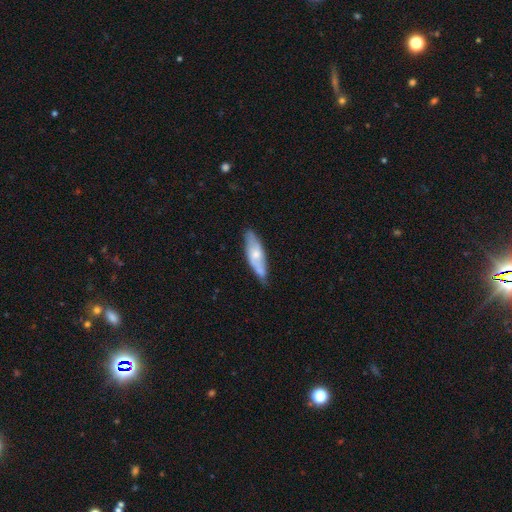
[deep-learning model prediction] Smooth or featured?
  - smooth: 50% *
  - featured or disk: 45%
  - star or artifact: 6%
Merging?
  - none: 64% *
  - minor disturbance: 26%
  - major disturbance: 5%
  - merger: 4%